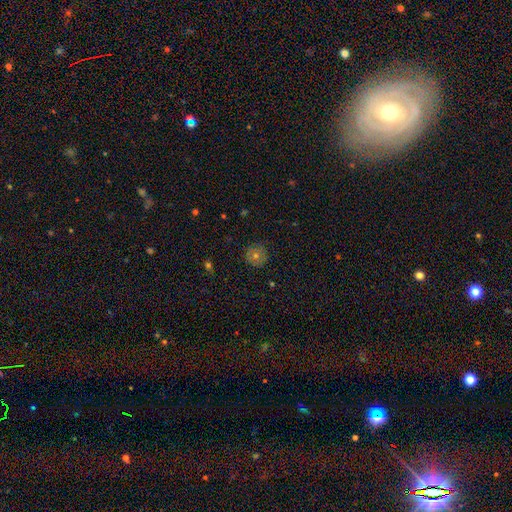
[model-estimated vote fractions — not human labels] The model was most divided on "smooth or featured": smooth: 62%, featured or disk: 22%, star or artifact: 16%. More confident: how rounded — round (94%); merging — none (87%).